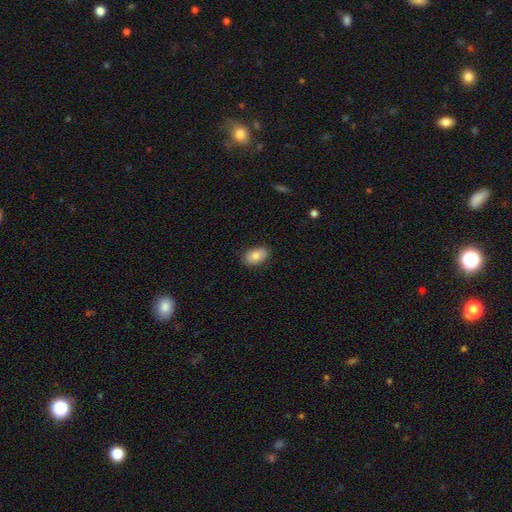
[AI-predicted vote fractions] smooth_or_featured: smooth (p=0.80) [alt: featured or disk p=0.13]
how_rounded: in between (p=0.89) [alt: round p=0.10]
merging: none (p=0.84) [alt: minor disturbance p=0.13]